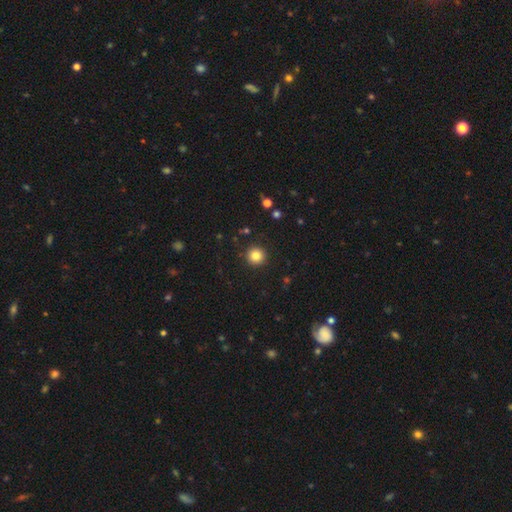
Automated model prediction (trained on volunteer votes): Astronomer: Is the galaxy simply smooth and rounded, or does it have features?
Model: smooth — 84%.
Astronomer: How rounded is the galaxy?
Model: round — 95%.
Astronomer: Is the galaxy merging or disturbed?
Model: none — 92%.